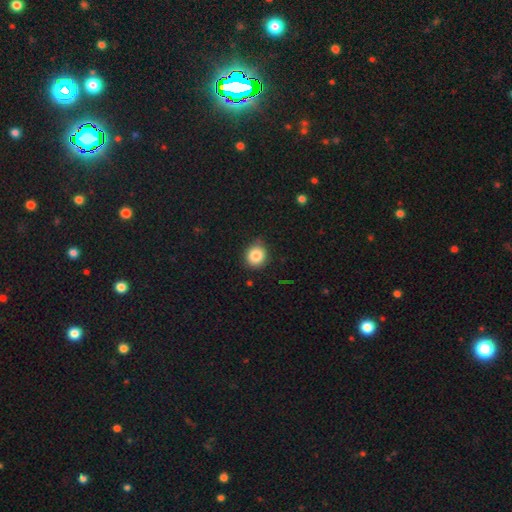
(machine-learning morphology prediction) This is clearly a smooth galaxy (85%). How rounded: clearly round (84%). Merging: clearly none (82%).